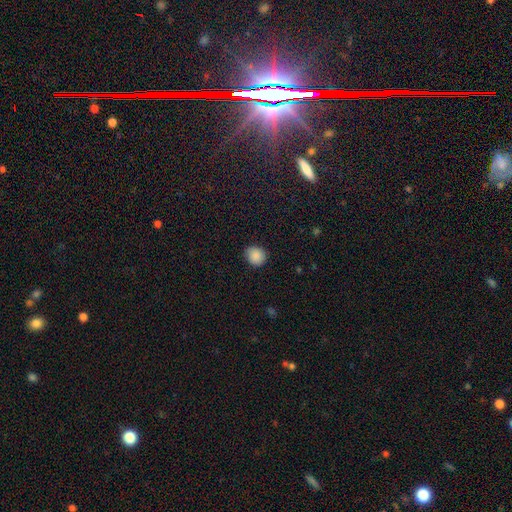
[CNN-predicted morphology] This is clearly a smooth galaxy (88%). How rounded: clearly round (81%). Merging: clearly none (85%).